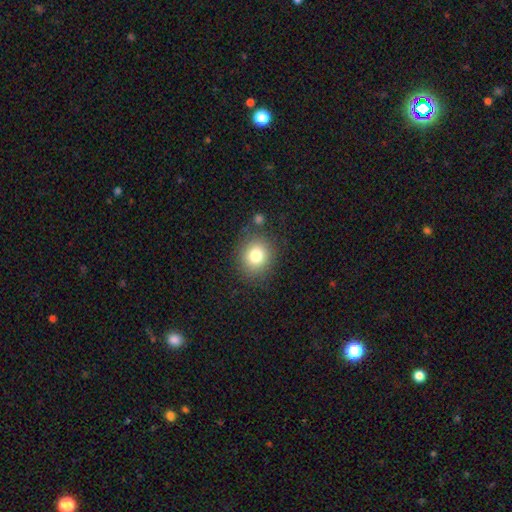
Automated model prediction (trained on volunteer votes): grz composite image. It shows a smooth galaxy with no disk features (79%) that is round (80%). Merging: none (81%).